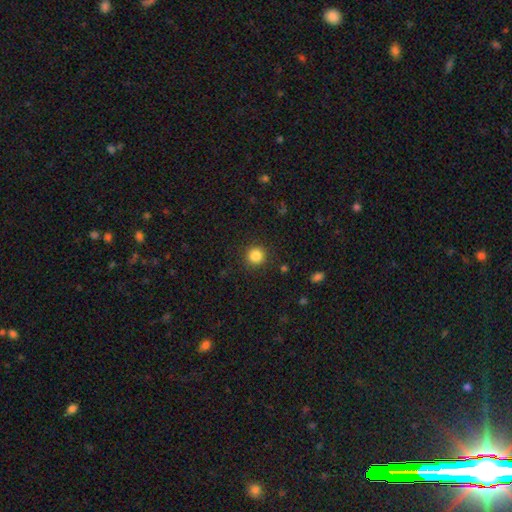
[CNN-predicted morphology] Q: Smooth or featured?
A: smooth (85%); runner-up: star or artifact (11%)
Q: How rounded?
A: round (93%); runner-up: in between (6%)
Q: Merging?
A: none (90%); runner-up: minor disturbance (6%)